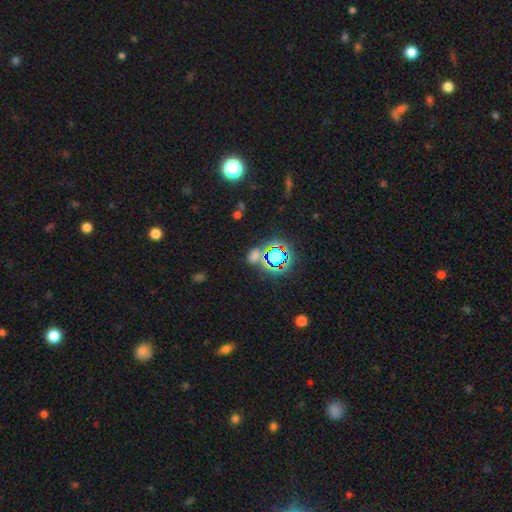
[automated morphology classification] Smooth or featured?
  - star or artifact: 54% *
  - smooth: 37%
  - featured or disk: 9%